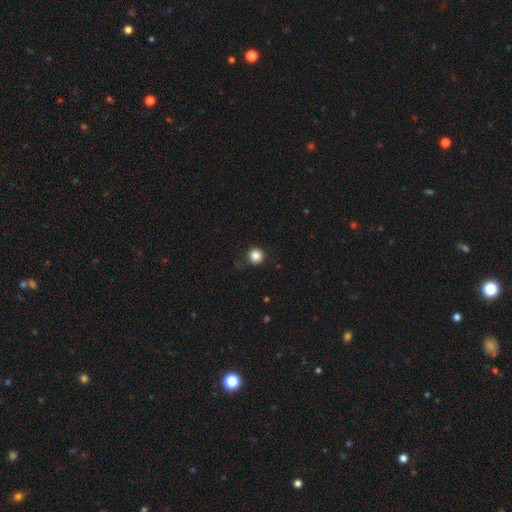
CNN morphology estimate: A smooth galaxy with no disk features (85%) that is round (95%). Merging: none (87%).